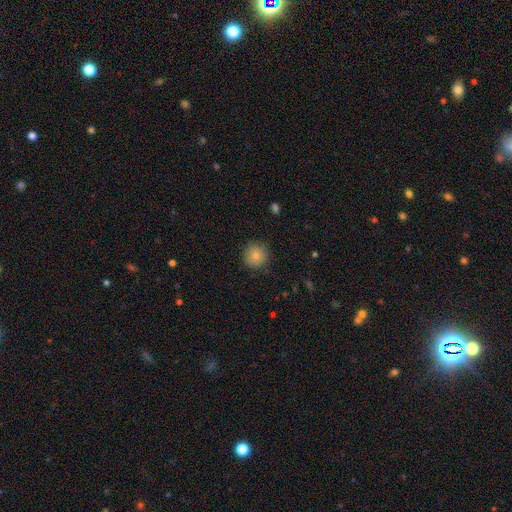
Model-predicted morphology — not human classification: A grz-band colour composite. It shows a smooth galaxy with no disk features (81%) that is round (94%). Merging: none (87%).